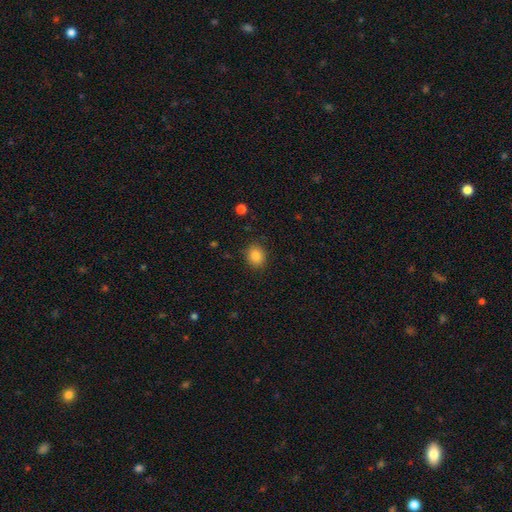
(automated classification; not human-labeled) smooth 86%, star or artifact 10%, featured or disk 4%. Down the decision tree: how rounded — round (71%); merging — none (87%).